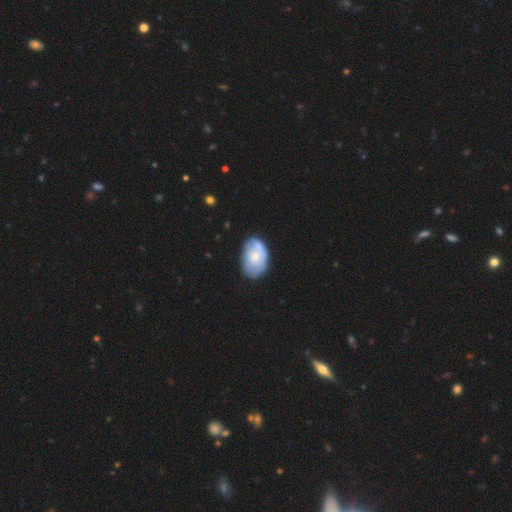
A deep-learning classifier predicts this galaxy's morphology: Smooth or featured? Predicted: smooth (p=0.54). How rounded? Predicted: in between (p=0.85). Merging? Predicted: none (p=0.57).